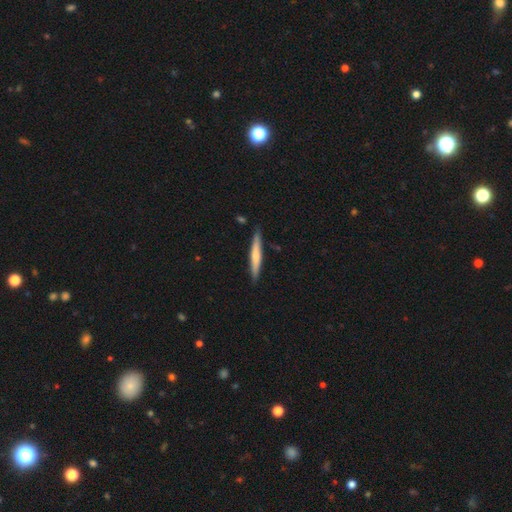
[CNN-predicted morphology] The model was most divided on "smooth or featured": smooth: 57%, featured or disk: 38%, star or artifact: 5%. More confident: how rounded — cigar-shaped (94%); merging — none (87%).